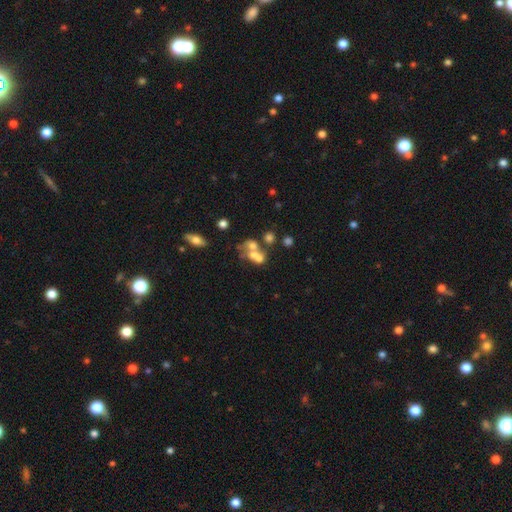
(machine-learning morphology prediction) A smooth galaxy with no disk features (51%) that is in between round and cigar-shaped (52%).

Vote fractions:
- Smooth or featured? smooth: 51% / featured or disk: 33% / star or artifact: 16%
- How rounded? in between: 52% / round: 46% / cigar-shaped: 2%
- Merging? merger: 58% / none: 24% / major disturbance: 9% / minor disturbance: 9%